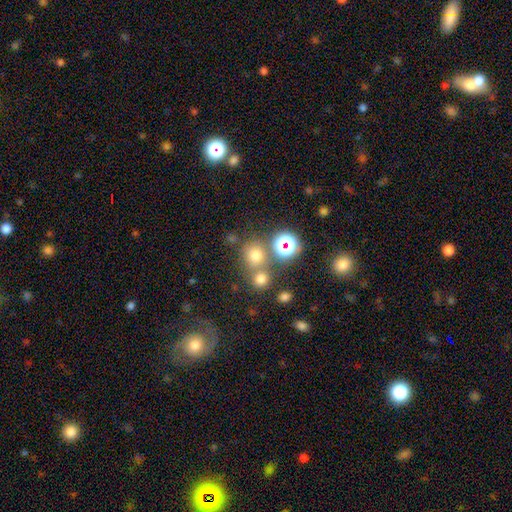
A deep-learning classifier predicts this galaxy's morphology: This is likely a smooth galaxy (66%). How rounded: clearly round (83%). Merging: likely none (61%).